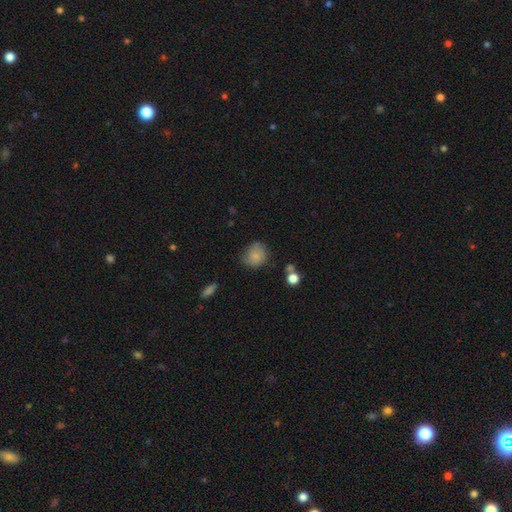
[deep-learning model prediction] This appears to be a smooth galaxy with no disk features (76%) that is round (76%). Merging: none (61%).